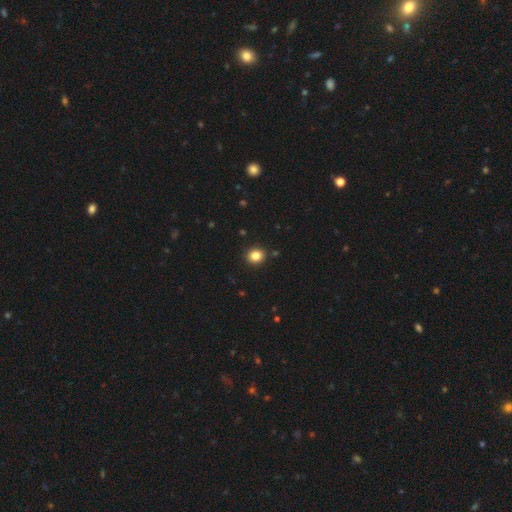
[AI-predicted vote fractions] smooth_or_featured: smooth (p=0.84) [alt: star or artifact p=0.11]
how_rounded: round (p=0.76) [alt: in between p=0.23]
merging: none (p=0.90) [alt: minor disturbance p=0.06]